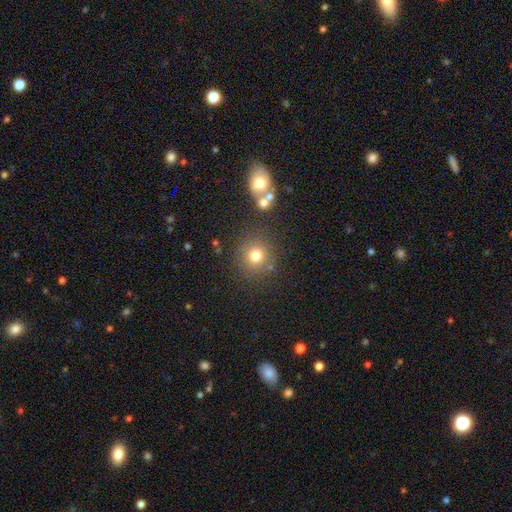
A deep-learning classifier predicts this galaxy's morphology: type=smooth (75%); roundness=round (91%); merging=none (81%).